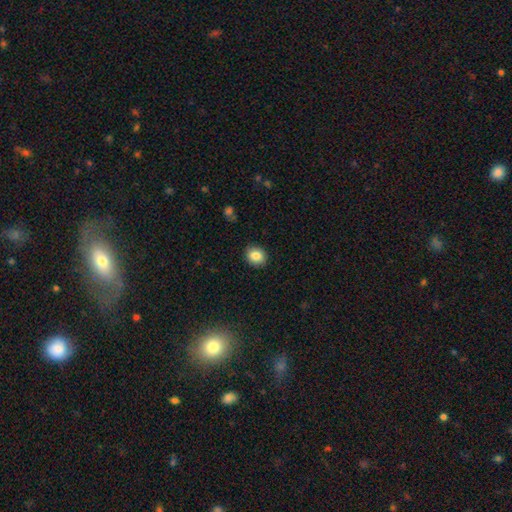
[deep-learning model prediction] The model was most divided on "how rounded": round: 66%, in between: 33%, cigar-shaped: 1%. More confident: merging — none (89%); smooth or featured — smooth (85%).